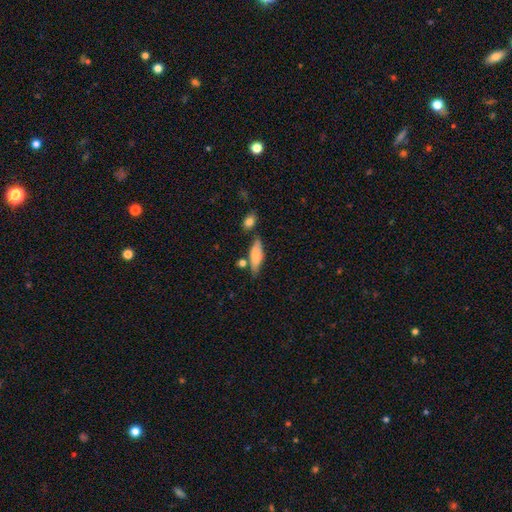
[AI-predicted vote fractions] A smooth galaxy with no disk features (75%) that is in between round and cigar-shaped (55%).

Vote fractions:
- Smooth or featured? smooth: 75% / featured or disk: 18% / star or artifact: 7%
- How rounded? in between: 55% / cigar-shaped: 42% / round: 2%
- Merging? none: 67% / minor disturbance: 19% / merger: 9% / major disturbance: 5%